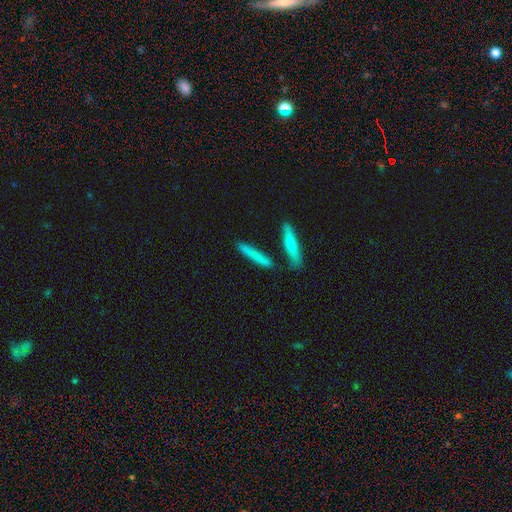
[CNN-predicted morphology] Overall: smooth (71%). How rounded: cigar-shaped (92%). Merging: none (77%).